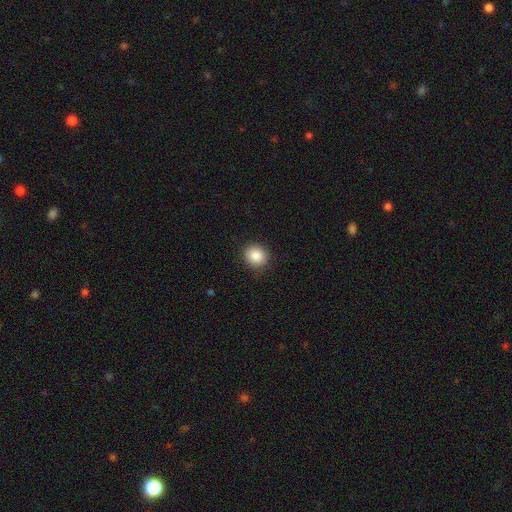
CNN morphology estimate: A smooth galaxy with no disk features (87%) that is round (83%).

Vote fractions:
- Smooth or featured? smooth: 87% / star or artifact: 9% / featured or disk: 4%
- How rounded? round: 83% / in between: 16% / cigar-shaped: 1%
- Merging? none: 87% / minor disturbance: 9% / major disturbance: 2% / merger: 1%